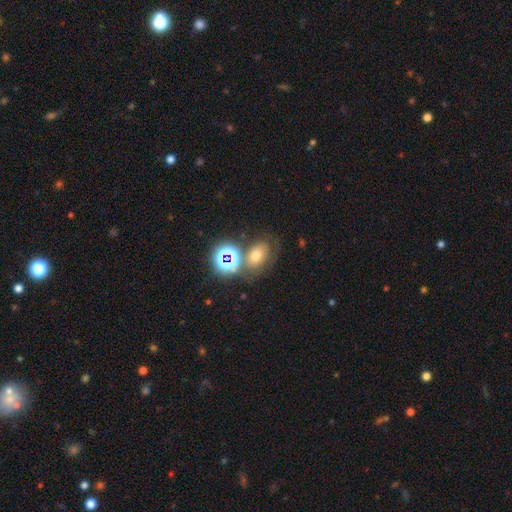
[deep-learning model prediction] Morphology: type=smooth (57%); roundness=in between (68%); merging=none (60%).